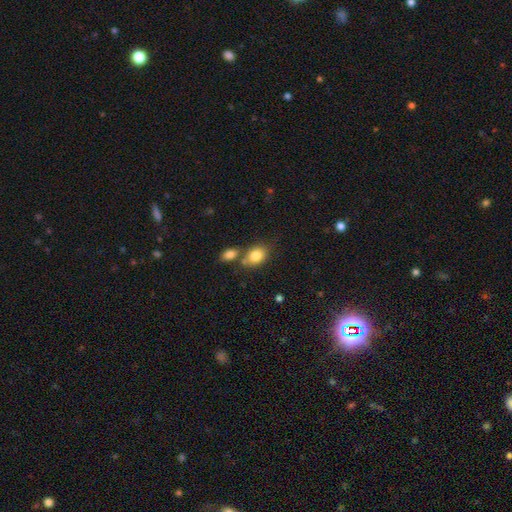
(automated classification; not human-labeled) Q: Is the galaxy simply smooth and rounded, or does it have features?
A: smooth — 83%.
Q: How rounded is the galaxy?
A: in between — 71%.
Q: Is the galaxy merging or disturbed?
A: none — 53%.